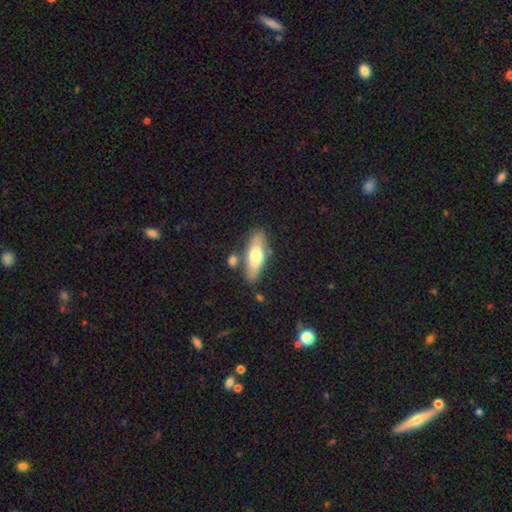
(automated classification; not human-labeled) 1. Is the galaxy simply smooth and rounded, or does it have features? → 59% smooth, 35% featured or disk, 6% star or artifact.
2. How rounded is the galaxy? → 58% in between, 39% cigar-shaped, 3% round.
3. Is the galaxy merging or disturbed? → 74% none, 13% minor disturbance, 9% merger, 3% major disturbance.